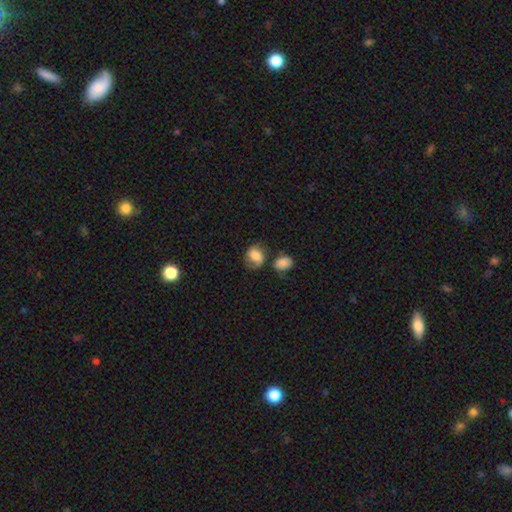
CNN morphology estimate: Smooth or featured: smooth — 68% (featured or disk — 23%)
How rounded: in between — 59% (round — 39%)
Merging: none — 48% (minor disturbance — 25%)